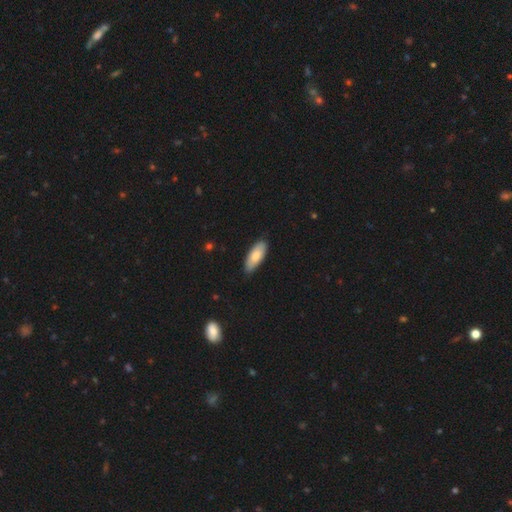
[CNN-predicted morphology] This appears to be a smooth galaxy with no disk features (78%) that is in between round and cigar-shaped (77%). Merging: none (83%).